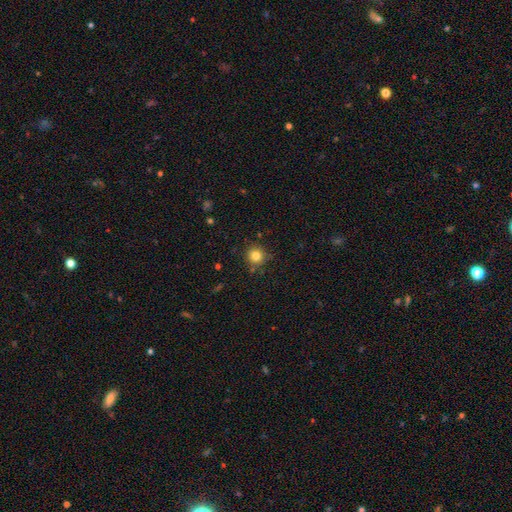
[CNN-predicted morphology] smooth_or_featured: smooth (p=0.82) [alt: star or artifact p=0.12]
how_rounded: round (p=0.93) [alt: in between p=0.06]
merging: none (p=0.85) [alt: minor disturbance p=0.09]